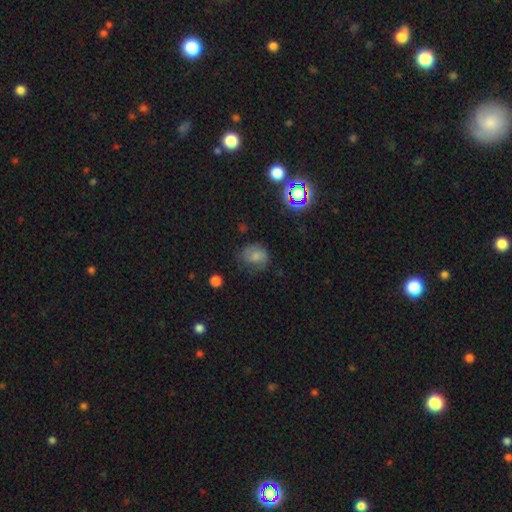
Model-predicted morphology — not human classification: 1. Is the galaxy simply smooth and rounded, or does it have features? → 45% smooth, 41% featured or disk, 14% star or artifact.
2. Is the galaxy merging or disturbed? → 64% none, 23% minor disturbance, 11% major disturbance, 2% merger.